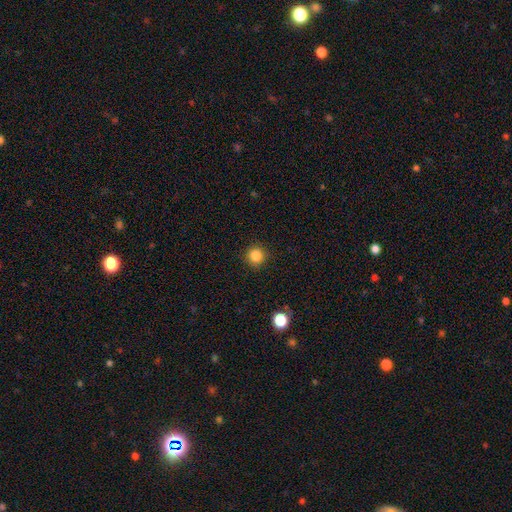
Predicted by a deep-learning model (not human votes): Smooth or featured?
  - smooth: 85% *
  - star or artifact: 11%
  - featured or disk: 4%
How rounded?
  - round: 94% *
  - in between: 5%
  - cigar-shaped: 1%
Merging?
  - none: 91% *
  - minor disturbance: 6%
  - major disturbance: 2%
  - merger: 1%